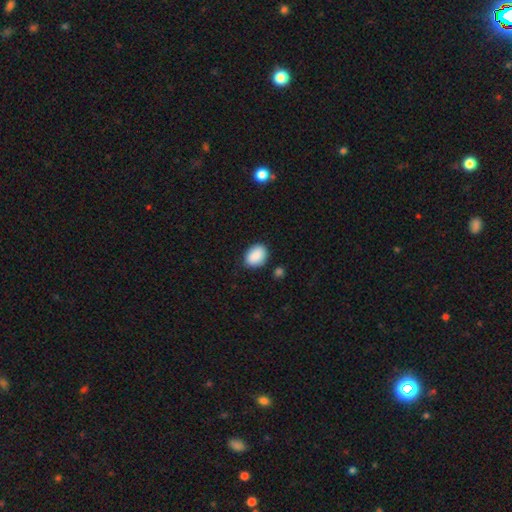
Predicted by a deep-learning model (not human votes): smooth_or_featured: smooth (p=0.90) [alt: star or artifact p=0.07]
how_rounded: in between (p=0.78) [alt: round p=0.21]
merging: none (p=0.83) [alt: minor disturbance p=0.12]